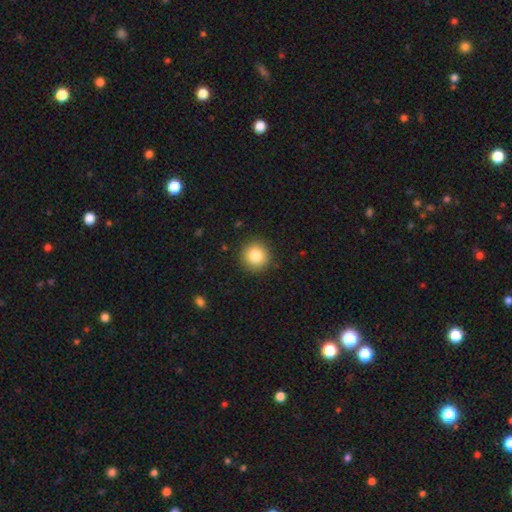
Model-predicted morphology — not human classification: Smooth or featured?
  - smooth: 84% *
  - star or artifact: 10%
  - featured or disk: 7%
How rounded?
  - round: 95% *
  - in between: 4%
  - cigar-shaped: 1%
Merging?
  - none: 91% *
  - minor disturbance: 6%
  - major disturbance: 2%
  - merger: 1%